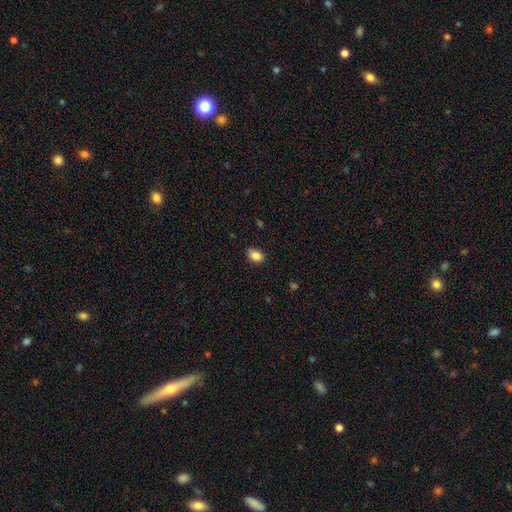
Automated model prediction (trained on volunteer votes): smooth_or_featured: smooth (p=0.86) [alt: star or artifact p=0.09]
how_rounded: in between (p=0.77) [alt: round p=0.22]
merging: none (p=0.82) [alt: minor disturbance p=0.14]